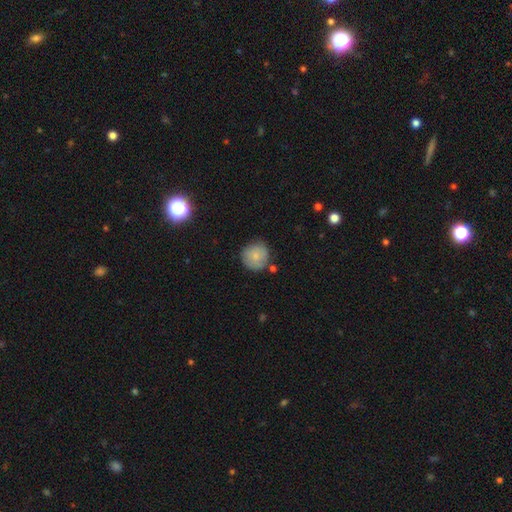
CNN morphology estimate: A smooth galaxy with no disk features (77%) that is round (92%).

Vote fractions:
- Smooth or featured? smooth: 77% / featured or disk: 16% / star or artifact: 8%
- How rounded? round: 92% / in between: 7% / cigar-shaped: 1%
- Merging? none: 70% / minor disturbance: 20% / merger: 5% / major disturbance: 4%